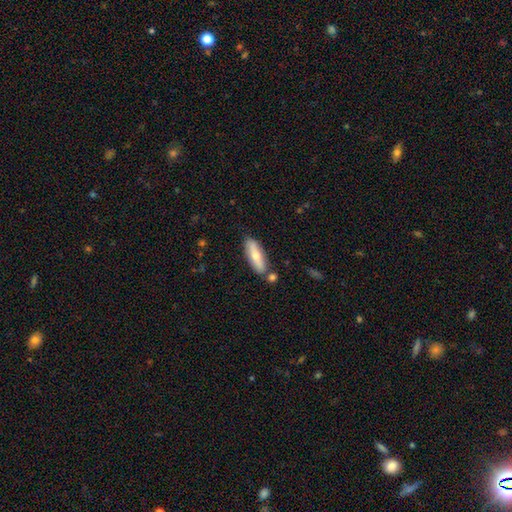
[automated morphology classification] The model was most divided on "how rounded" (2-way tie): cigar-shaped: 49%, in between: 49%, round: 2%. More confident: merging — none (79%); smooth or featured — smooth (61%).